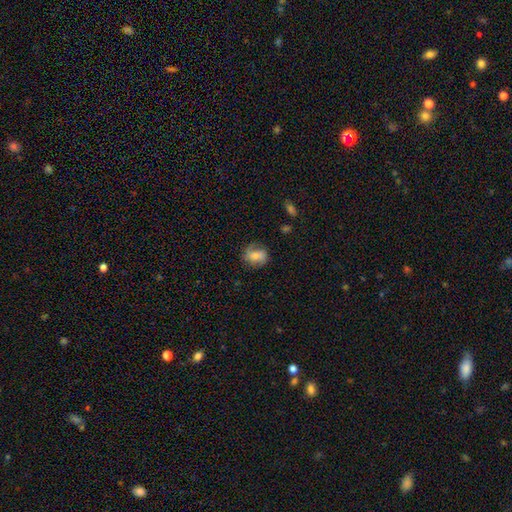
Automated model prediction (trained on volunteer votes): Smooth or featured?
  - smooth: 58% *
  - featured or disk: 33%
  - star or artifact: 8%
How rounded?
  - round: 52% *
  - in between: 46%
  - cigar-shaped: 2%
Merging?
  - none: 70% *
  - minor disturbance: 21%
  - major disturbance: 8%
  - merger: 2%